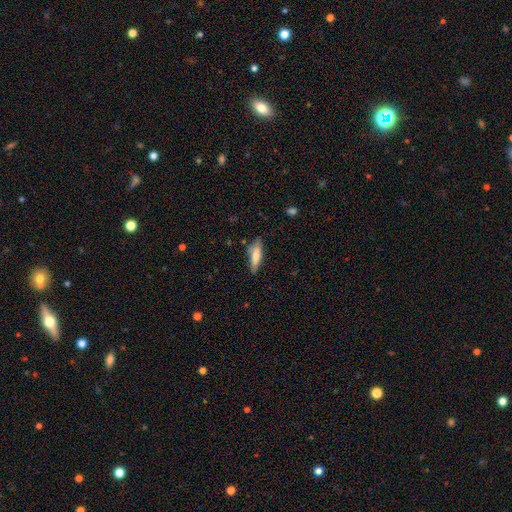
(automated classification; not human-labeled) This is likely a smooth galaxy (67%). How rounded: likely cigar-shaped (68%). Merging: likely none (77%).